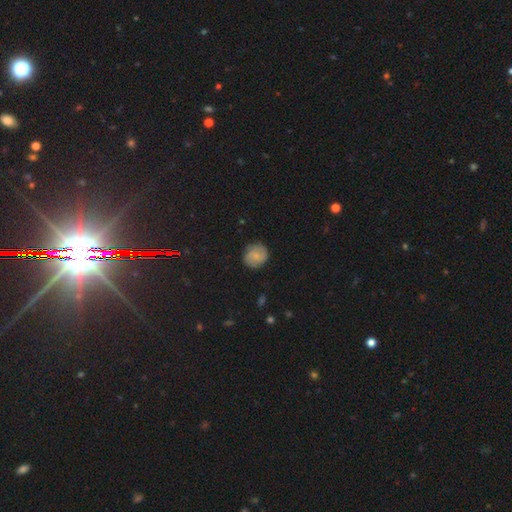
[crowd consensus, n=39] Smooth or featured: smooth — 54% (featured or disk — 38%)
How rounded: round — 76% (in between — 19%)
Merging: none — 86% (minor disturbance — 8%)